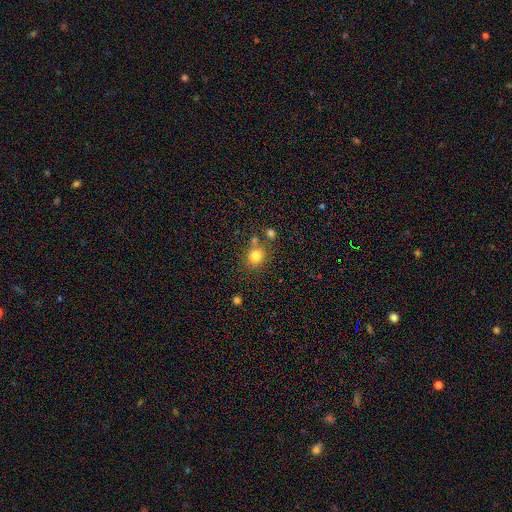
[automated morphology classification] smooth 80%, star or artifact 13%, featured or disk 7%. Down the decision tree: how rounded — round (80%); merging — none (70%).